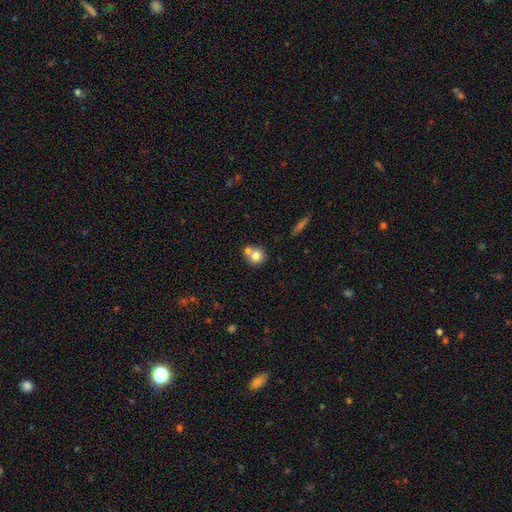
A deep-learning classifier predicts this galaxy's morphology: smooth 75%, featured or disk 16%, star or artifact 9%. Down the decision tree: how rounded — round (84%); merging — merger (48%).